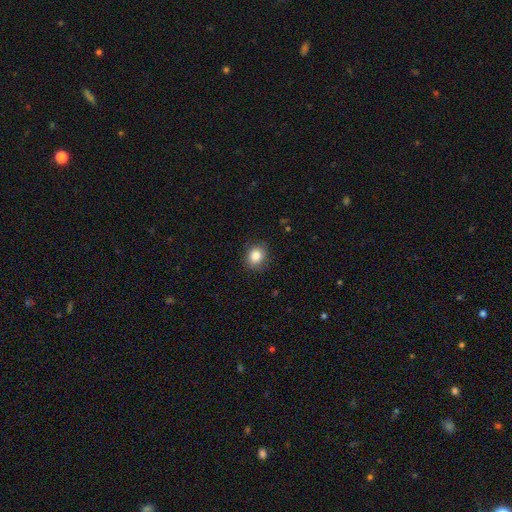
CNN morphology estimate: A smooth galaxy with no disk features (85%) that is round (68%). Merging: none (81%).